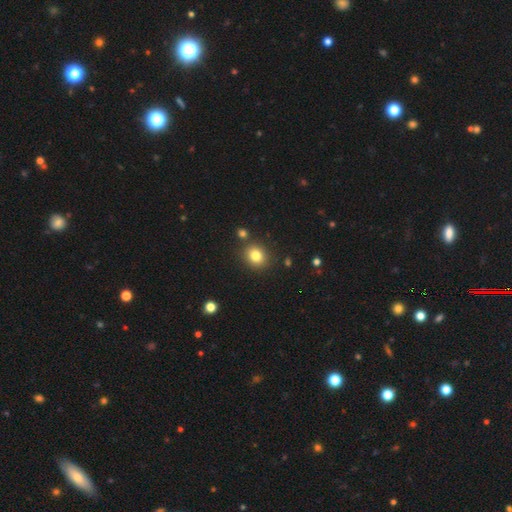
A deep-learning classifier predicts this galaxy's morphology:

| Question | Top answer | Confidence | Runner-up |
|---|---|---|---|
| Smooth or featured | smooth | 81% | star or artifact (12%) |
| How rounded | round | 71% | in between (28%) |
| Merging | none | 83% | minor disturbance (8%) |